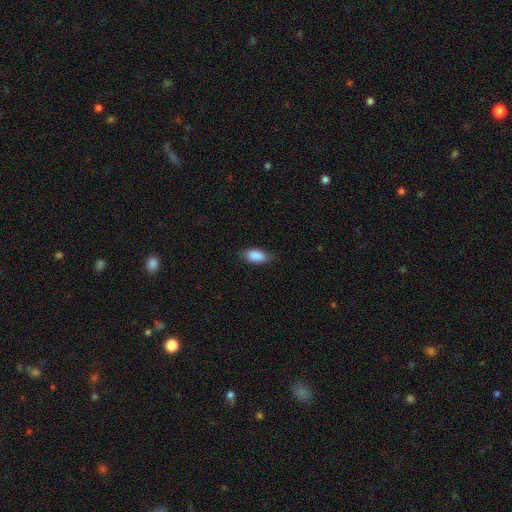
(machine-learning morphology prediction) type=smooth (89%); roundness=in between (91%); merging=none (76%).